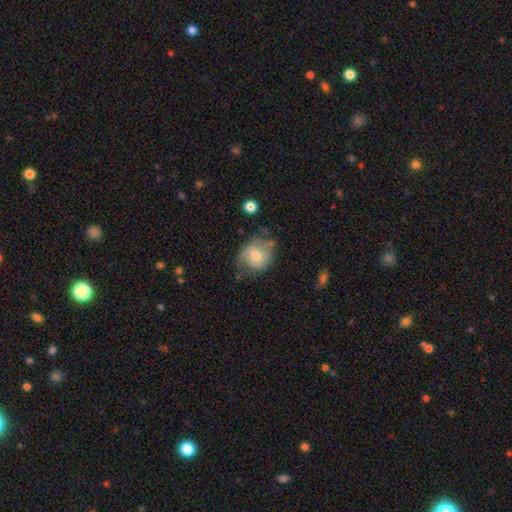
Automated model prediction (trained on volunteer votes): Smooth or featured? Predicted: smooth (p=0.59). How rounded? Predicted: round (p=0.74). Merging? Predicted: none (p=0.49).